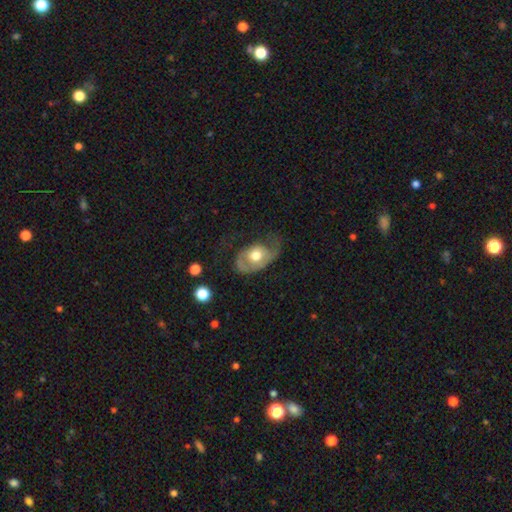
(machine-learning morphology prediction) featured or disk 55%, smooth 39%, star or artifact 6%. Down the decision tree: edge-on disk — no (93%); bar — no (83%); spiral arms — yes (63%); bulge size — moderate (69%); merging — major disturbance (37%).